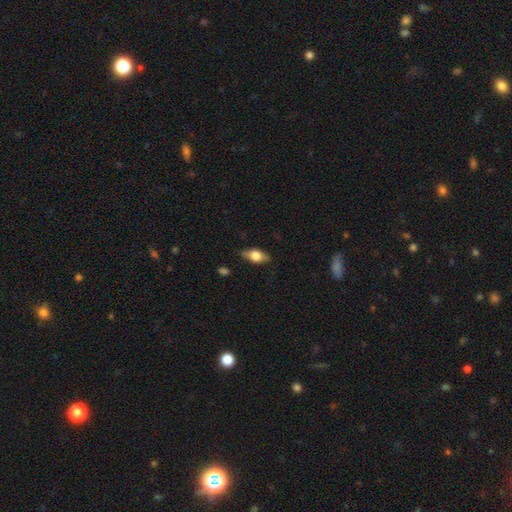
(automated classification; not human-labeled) smooth 61%, featured or disk 32%, star or artifact 7%. Down the decision tree: how rounded — in between (81%); merging — none (81%).